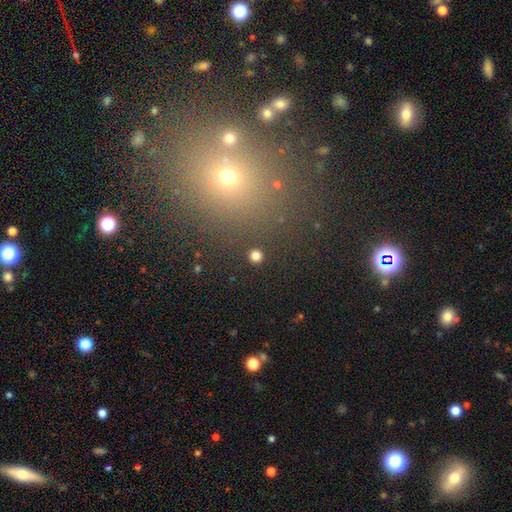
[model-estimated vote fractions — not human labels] smooth_or_featured: smooth (p=0.80) [alt: star or artifact p=0.15]
how_rounded: round (p=0.95) [alt: in between p=0.04]
merging: none (p=0.92) [alt: minor disturbance p=0.04]